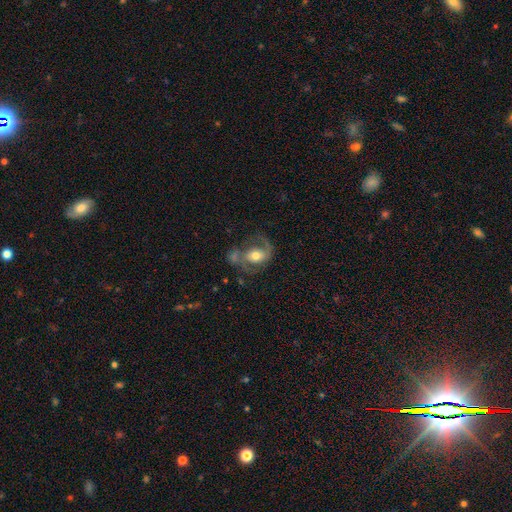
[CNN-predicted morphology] This is likely a featured or disk galaxy (73%). It is clearly not viewed edge-on (97%). Bar: possibly no (58%). Spiral arm pattern: clearly yes (86%). Spiral arm count: likely 2 (75%). Spiral winding: possibly medium (48%). Central bulge: likely moderate (68%). Merging: marginally none (42%).